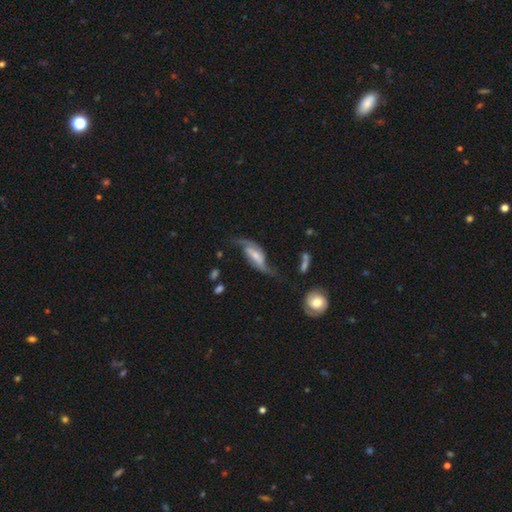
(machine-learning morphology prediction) Q: Smooth or featured?
A: featured or disk (81%); runner-up: smooth (13%)
Q: Edge-on disk?
A: no (91%); runner-up: yes (9%)
Q: Bar?
A: weak (40%); runner-up: strong (38%)
Q: Spiral arms?
A: yes (93%); runner-up: no (7%)
Q: Spiral winding?
A: loose (73%); runner-up: medium (21%)
Q: Spiral arm count?
A: 2 (90%); runner-up: can't tell (4%)
Q: Bulge size?
A: small (44%); runner-up: moderate (36%)
Q: Merging?
A: none (53%); runner-up: minor disturbance (21%)